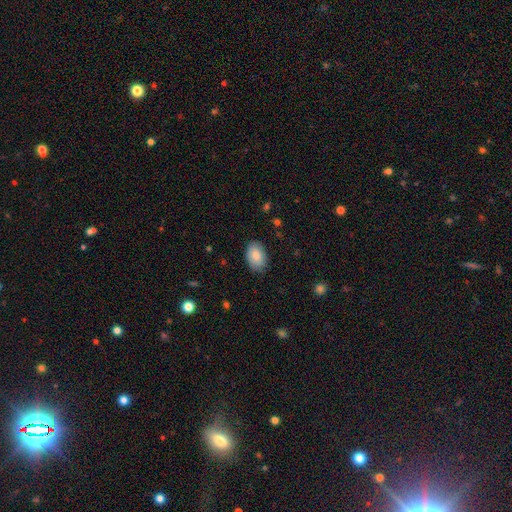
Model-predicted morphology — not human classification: A smooth galaxy with no disk features (86%) that is in between round and cigar-shaped (89%). Merging: none (84%).